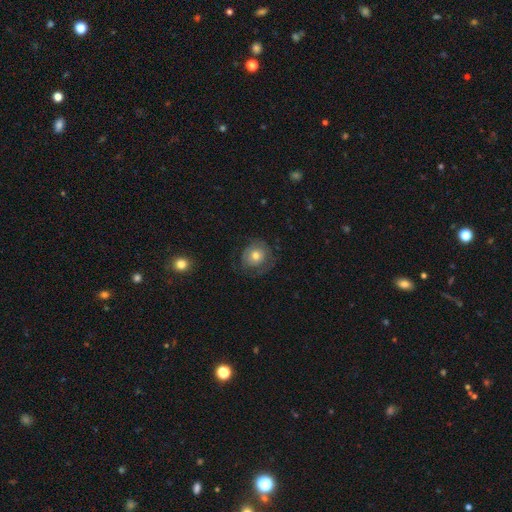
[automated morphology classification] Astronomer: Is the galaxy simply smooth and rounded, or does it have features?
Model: smooth — 56% (runner-up: featured or disk, 36%).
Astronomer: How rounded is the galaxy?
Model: round — 85%.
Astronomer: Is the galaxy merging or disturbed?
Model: none — 65%.